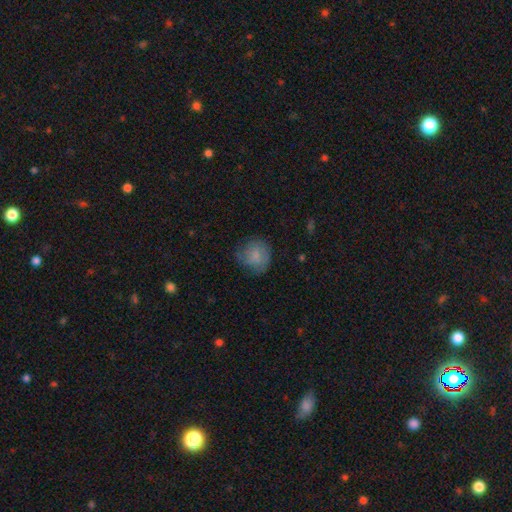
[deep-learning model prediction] Smooth or featured?
  - smooth: 74% *
  - featured or disk: 18%
  - star or artifact: 8%
How rounded?
  - round: 85% *
  - in between: 14%
  - cigar-shaped: 1%
Merging?
  - none: 65% *
  - minor disturbance: 25%
  - major disturbance: 9%
  - merger: 1%